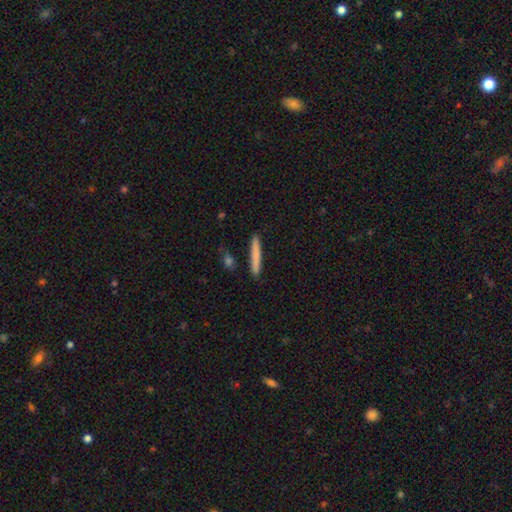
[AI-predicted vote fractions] The model was most divided on "smooth or featured": smooth: 79%, featured or disk: 16%, star or artifact: 6%. More confident: how rounded — cigar-shaped (95%); merging — none (88%).